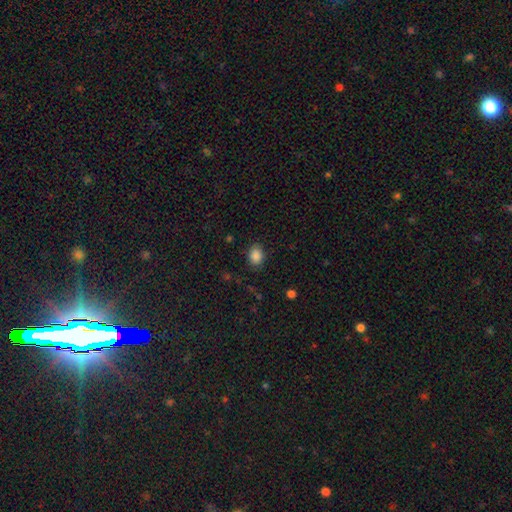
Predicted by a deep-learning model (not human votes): smooth 87%, star or artifact 10%, featured or disk 4%. Down the decision tree: how rounded — in between (52%); merging — none (84%).